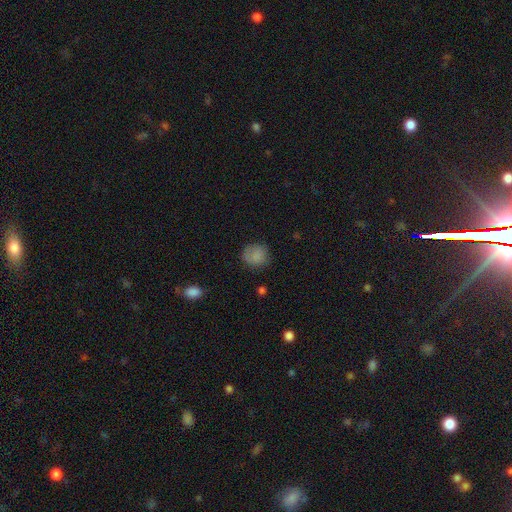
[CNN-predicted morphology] This appears to be a smooth galaxy with no disk features (82%) that is round (83%). Merging: none (76%).